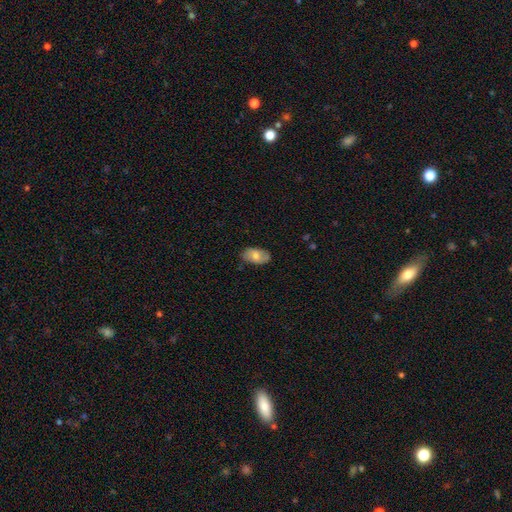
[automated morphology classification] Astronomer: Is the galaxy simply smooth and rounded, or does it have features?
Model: smooth — 68%.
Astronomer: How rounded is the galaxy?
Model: in between — 93%.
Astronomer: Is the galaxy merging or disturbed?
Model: none — 80%.